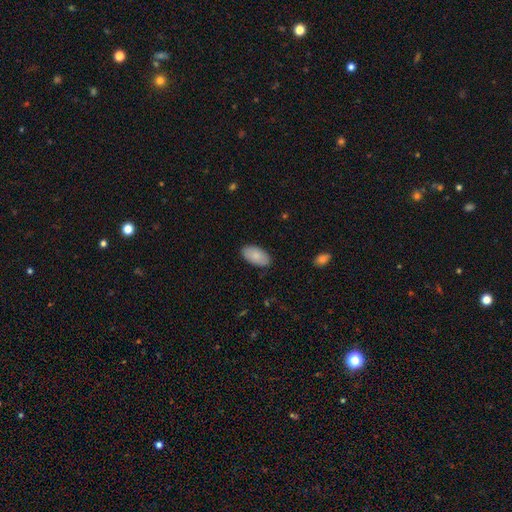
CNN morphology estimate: smooth_or_featured: smooth (p=0.85) [alt: featured or disk p=0.09]
how_rounded: in between (p=0.96) [alt: round p=0.03]
merging: none (p=0.86) [alt: minor disturbance p=0.11]